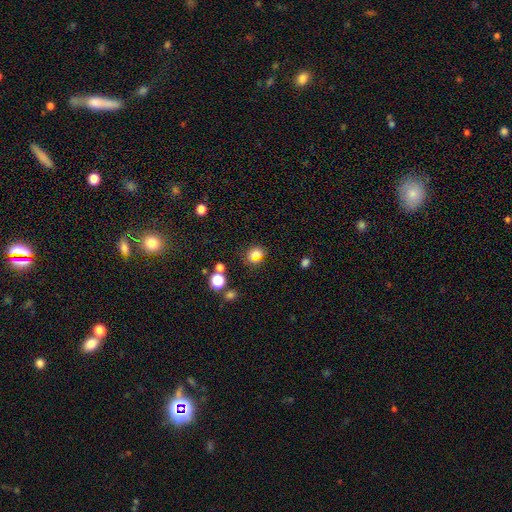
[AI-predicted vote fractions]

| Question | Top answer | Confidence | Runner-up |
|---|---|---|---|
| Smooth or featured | smooth | 67% | star or artifact (24%) |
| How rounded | round | 71% | in between (28%) |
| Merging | none | 73% | minor disturbance (12%) |